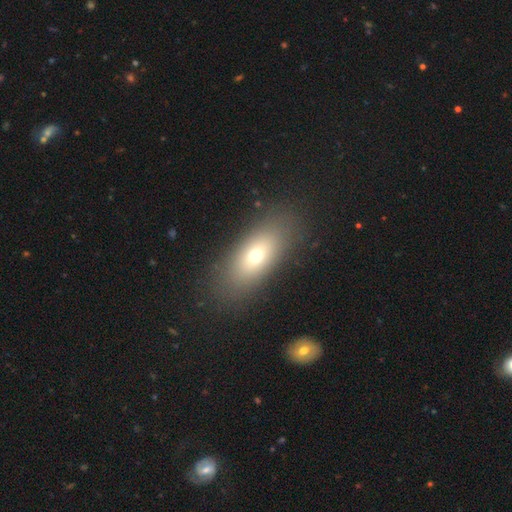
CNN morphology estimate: The model was most divided on "smooth or featured": smooth: 67%, featured or disk: 21%, star or artifact: 12%. More confident: merging — none (85%); how rounded — in between (79%).